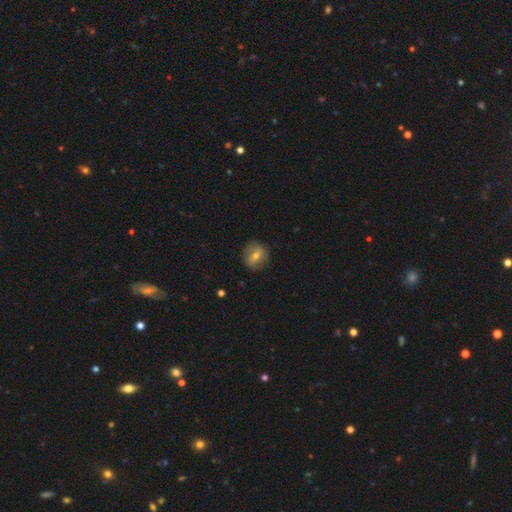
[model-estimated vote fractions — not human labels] Morphology: type=smooth (52%); roundness=round (84%); merging=none (85%).